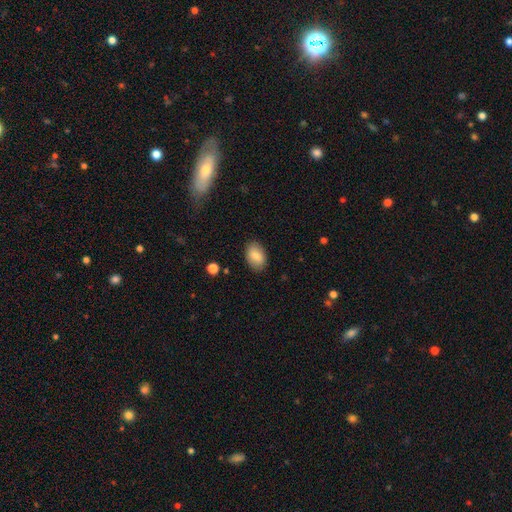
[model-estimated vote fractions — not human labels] Smooth or featured?
  - smooth: 85% *
  - featured or disk: 8%
  - star or artifact: 7%
How rounded?
  - in between: 89% *
  - round: 9%
  - cigar-shaped: 1%
Merging?
  - none: 86% *
  - minor disturbance: 10%
  - major disturbance: 3%
  - merger: 1%